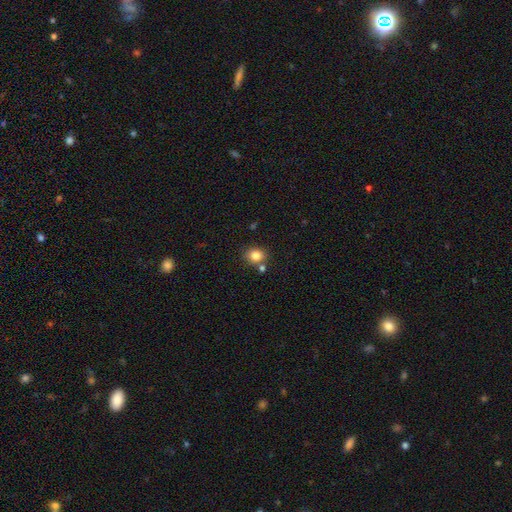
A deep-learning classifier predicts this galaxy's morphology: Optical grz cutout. It shows a smooth galaxy with no disk features (83%) that is round (69%). Merging: none (74%).